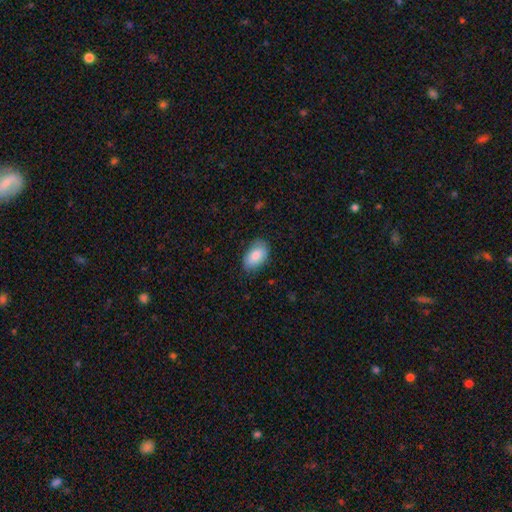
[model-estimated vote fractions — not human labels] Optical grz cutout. It shows a smooth galaxy with no disk features (85%) that is in between round and cigar-shaped (93%). Merging: none (80%).